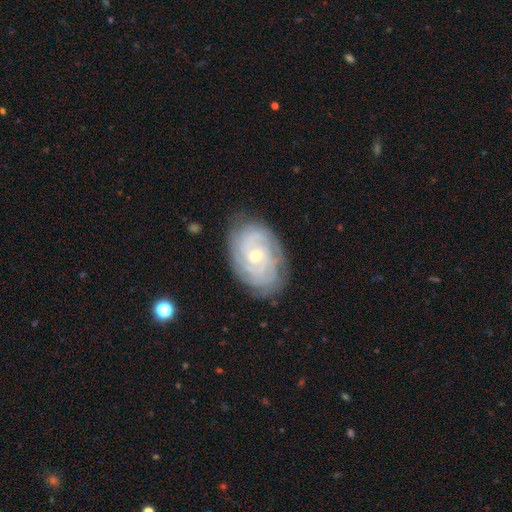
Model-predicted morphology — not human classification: Smooth or featured?
  - featured or disk: 85% *
  - smooth: 9%
  - star or artifact: 6%
Edge-on disk?
  - no: 96% *
  - yes: 4%
Bar?
  - no: 70% *
  - weak: 25%
  - strong: 5%
Spiral arms?
  - yes: 96% *
  - no: 4%
Spiral winding?
  - tight: 79% *
  - medium: 18%
  - loose: 4%
Spiral arm count?
  - can't tell: 35% *
  - 3: 19%
  - 4: 18%
  - 2: 15%
  - more than 4: 8%
  - 1: 6%
Bulge size?
  - small: 61% *
  - moderate: 37%
  - large: 1%
  - none: 1%
  - dominant: 1%
Merging?
  - none: 80% *
  - minor disturbance: 15%
  - major disturbance: 4%
  - merger: 1%